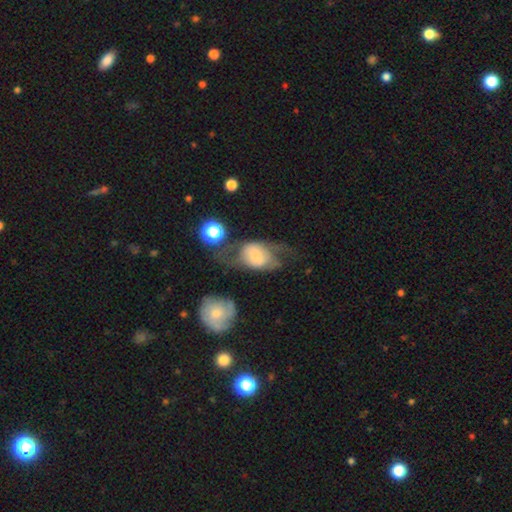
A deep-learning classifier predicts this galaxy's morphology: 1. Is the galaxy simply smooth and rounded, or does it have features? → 48% featured or disk, 44% smooth, 8% star or artifact.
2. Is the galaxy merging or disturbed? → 35% major disturbance, 31% none, 23% minor disturbance, 11% merger.